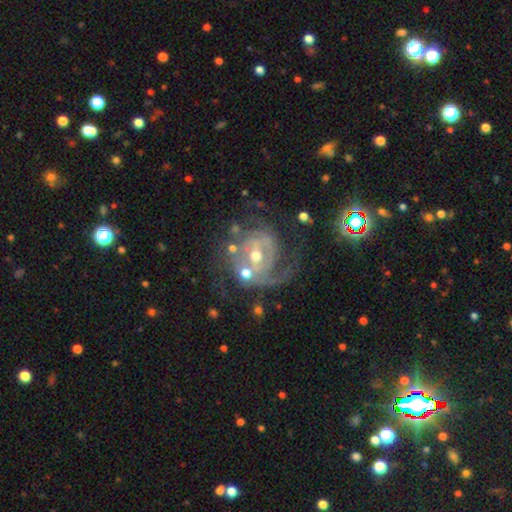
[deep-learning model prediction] featured or disk 85%, star or artifact 8%, smooth 7%. Down the decision tree: edge-on disk — no (97%); bar — weak (43%); spiral arms — yes (91%); spiral arm count — 2 (39%); spiral winding — tight (44%); bulge size — moderate (54%); merging — none (48%).